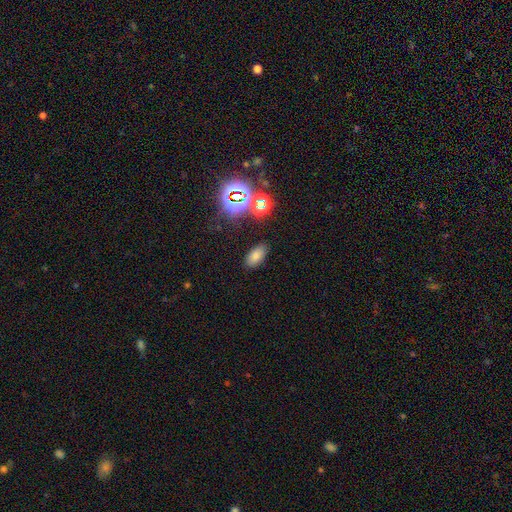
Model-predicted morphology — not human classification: A smooth galaxy with no disk features (69%) that is in between round and cigar-shaped (91%). Merging: none (86%).